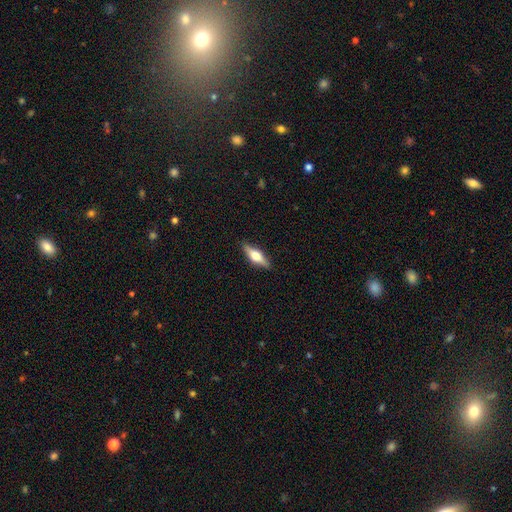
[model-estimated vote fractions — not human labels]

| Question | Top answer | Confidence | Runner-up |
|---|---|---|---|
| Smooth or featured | featured or disk | 54% | smooth (40%) |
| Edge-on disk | yes | 95% | no (5%) |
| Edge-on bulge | rounded | 91% | boxy (7%) |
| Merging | none | 88% | minor disturbance (9%) |